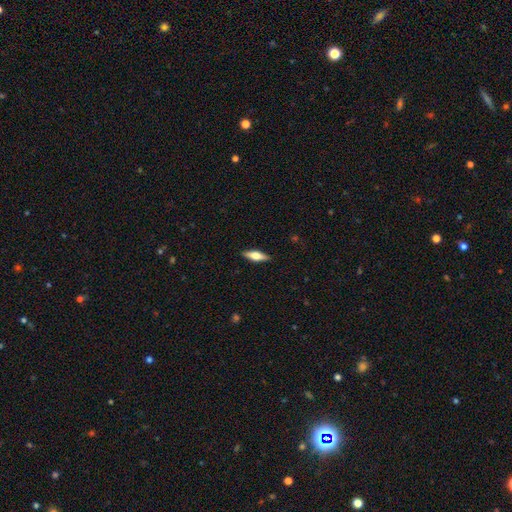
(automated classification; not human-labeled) Smooth or featured? Predicted: smooth (p=0.53). How rounded? Predicted: cigar-shaped (p=0.49). Merging? Predicted: none (p=0.88).